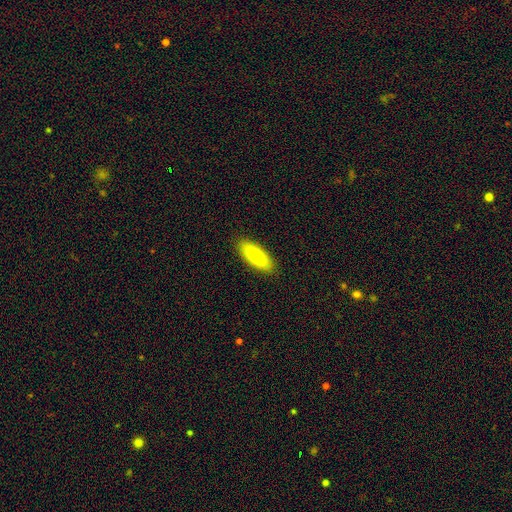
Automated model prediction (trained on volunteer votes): Q: Smooth or featured?
A: smooth (85%); runner-up: featured or disk (9%)
Q: How rounded?
A: in between (65%); runner-up: cigar-shaped (33%)
Q: Merging?
A: none (90%); runner-up: minor disturbance (7%)